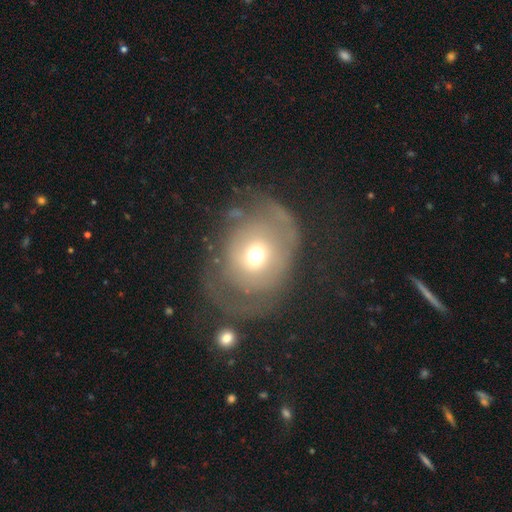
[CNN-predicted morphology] featured or disk 48%, smooth 41%, star or artifact 11%. Down the decision tree: merging — major disturbance (39%).